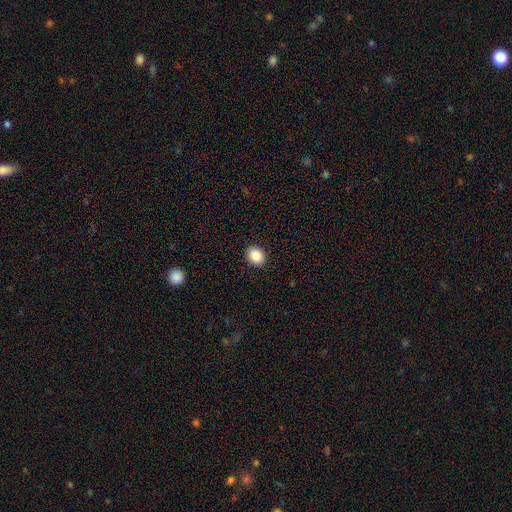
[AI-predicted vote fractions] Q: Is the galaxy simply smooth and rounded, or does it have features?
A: smooth — 87%.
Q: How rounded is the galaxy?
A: in between — 61%.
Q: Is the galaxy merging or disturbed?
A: none — 91%.